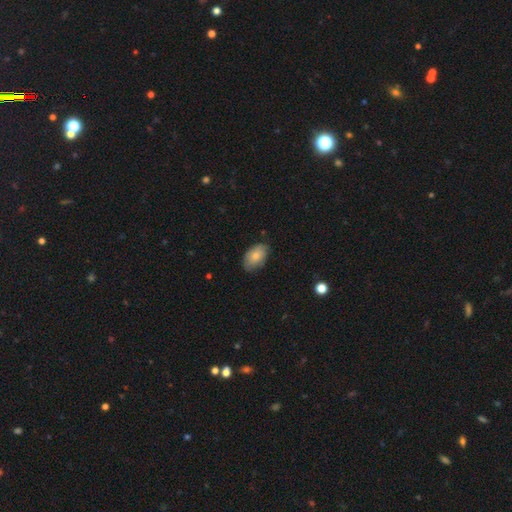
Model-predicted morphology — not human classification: The model was most divided on "merging": none: 75%, minor disturbance: 21%, major disturbance: 3%, merger: 1%. More confident: how rounded — in between (90%); smooth or featured — smooth (78%).